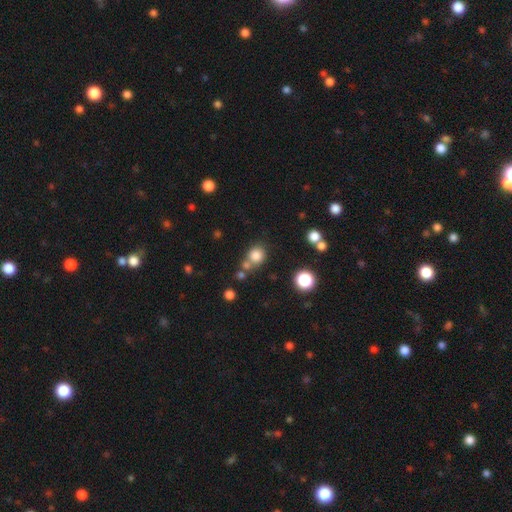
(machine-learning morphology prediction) This is likely a smooth galaxy (80%). How rounded: clearly round (84%). Merging: likely none (62%).